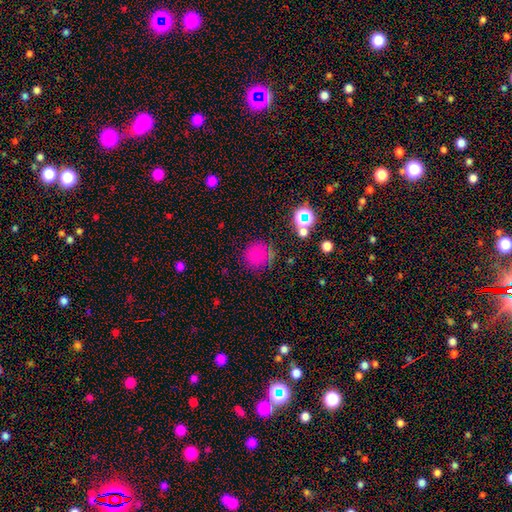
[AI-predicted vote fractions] Morphology: type=smooth (74%); roundness=round (92%); merging=none (77%).